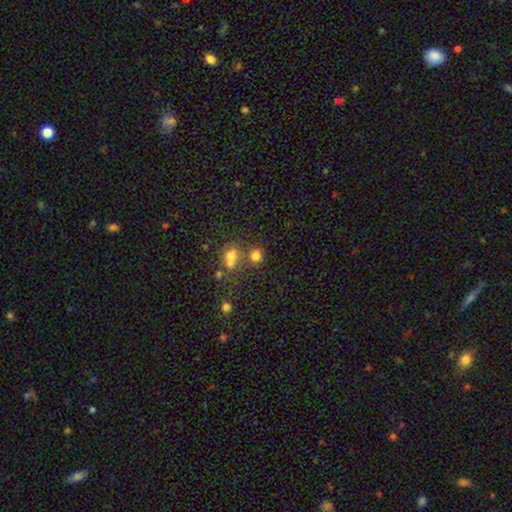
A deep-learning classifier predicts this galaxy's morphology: Smooth or featured: smooth — 75% (star or artifact — 17%)
How rounded: round — 85% (in between — 14%)
Merging: none — 63% (merger — 25%)